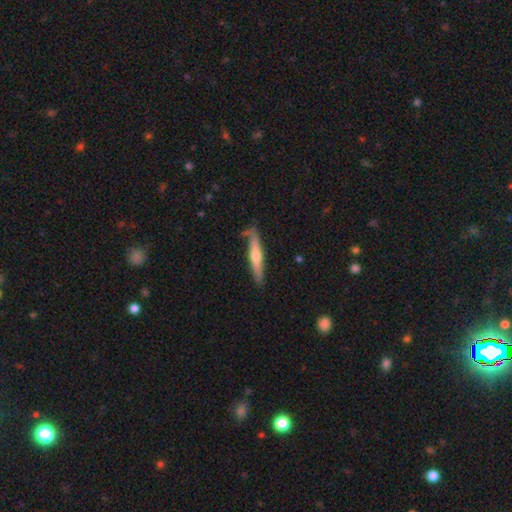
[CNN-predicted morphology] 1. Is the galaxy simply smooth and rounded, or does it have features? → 50% featured or disk, 44% smooth, 5% star or artifact.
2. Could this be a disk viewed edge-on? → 91% yes, 9% no.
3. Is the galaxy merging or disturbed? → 75% none, 17% minor disturbance, 4% merger, 4% major disturbance.